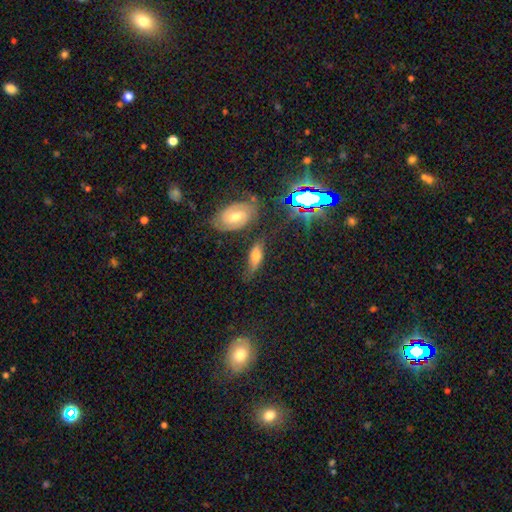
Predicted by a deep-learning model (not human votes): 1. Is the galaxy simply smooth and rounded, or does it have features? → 47% smooth, 39% featured or disk, 14% star or artifact.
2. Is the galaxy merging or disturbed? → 63% none, 22% minor disturbance, 8% major disturbance, 6% merger.